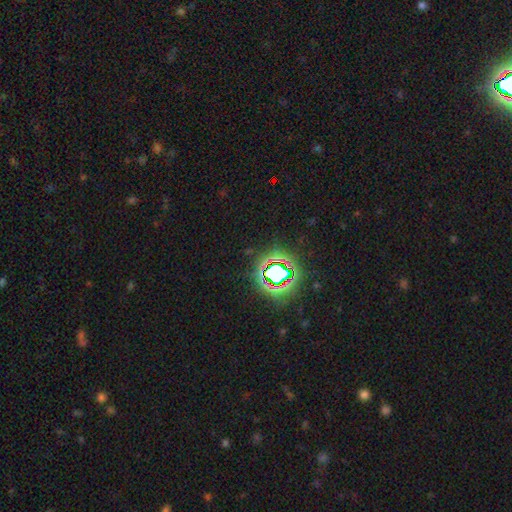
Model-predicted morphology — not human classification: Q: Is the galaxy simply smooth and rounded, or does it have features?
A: star or artifact — 79%.